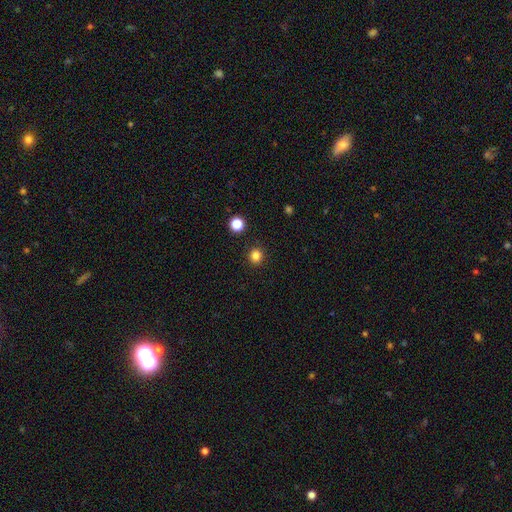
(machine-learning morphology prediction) This appears to be a smooth galaxy with no disk features (83%) that is round (92%). Merging: none (92%).